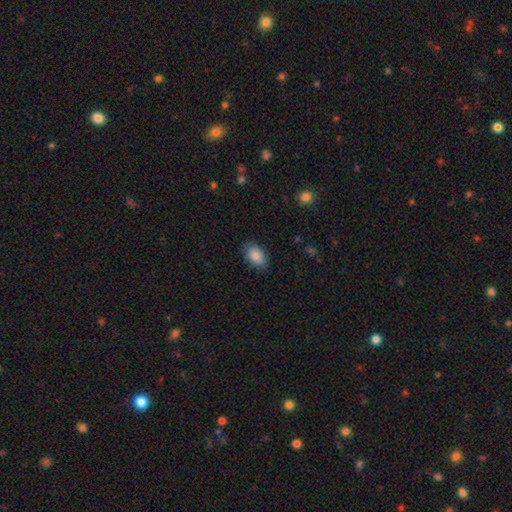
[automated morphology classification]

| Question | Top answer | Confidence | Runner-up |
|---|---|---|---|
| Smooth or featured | smooth | 86% | featured or disk (7%) |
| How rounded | in between | 91% | round (8%) |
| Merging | none | 82% | minor disturbance (14%) |